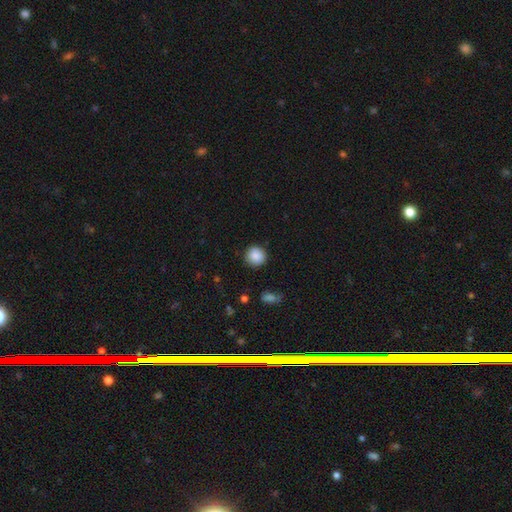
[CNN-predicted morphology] Overall: smooth (87%). How rounded: round (92%). Merging: none (90%).